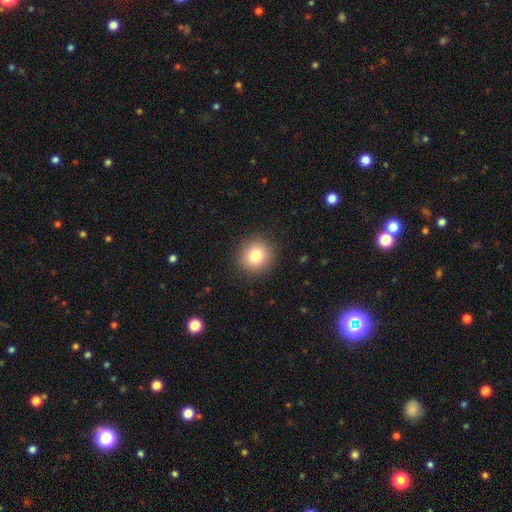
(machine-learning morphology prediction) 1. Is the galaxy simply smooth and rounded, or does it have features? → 81% smooth, 11% star or artifact, 8% featured or disk.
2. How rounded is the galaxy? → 90% round, 9% in between, 1% cigar-shaped.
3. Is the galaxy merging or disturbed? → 90% none, 7% minor disturbance, 2% major disturbance, 1% merger.